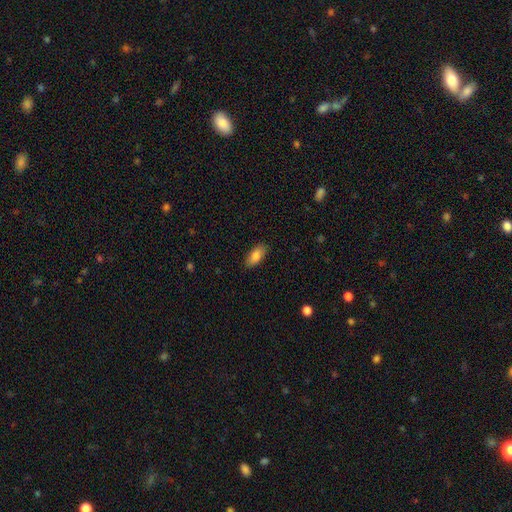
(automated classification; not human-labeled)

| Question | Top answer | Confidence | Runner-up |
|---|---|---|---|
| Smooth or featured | smooth | 83% | featured or disk (10%) |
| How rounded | in between | 88% | cigar-shaped (10%) |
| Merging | none | 87% | minor disturbance (10%) |